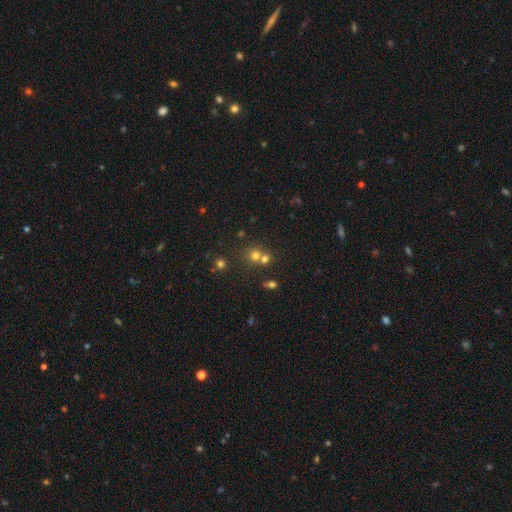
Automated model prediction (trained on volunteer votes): Smooth or featured? smooth (66%)
How rounded? round (83%)
Merging? none (50%)